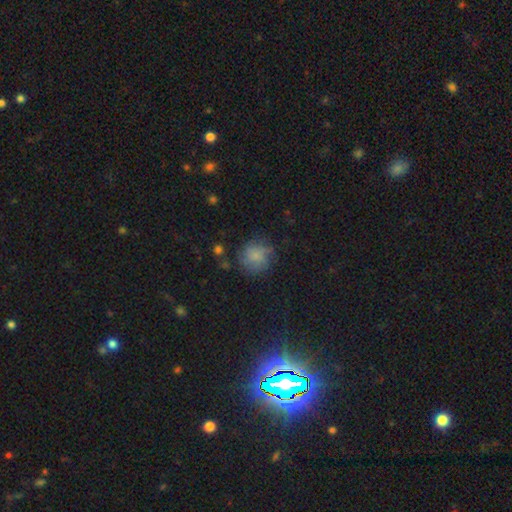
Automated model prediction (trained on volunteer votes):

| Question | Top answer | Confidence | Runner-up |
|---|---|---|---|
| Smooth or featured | smooth | 68% | featured or disk (21%) |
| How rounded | round | 88% | in between (11%) |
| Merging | none | 65% | minor disturbance (22%) |